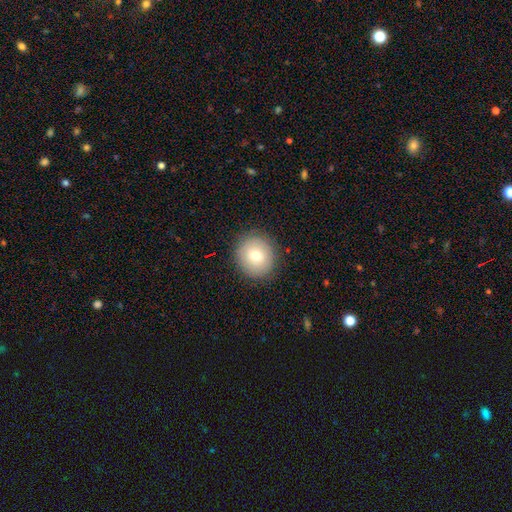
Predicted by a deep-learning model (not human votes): Smooth or featured? Predicted: smooth (p=0.74). How rounded? Predicted: round (p=0.89). Merging? Predicted: none (p=0.88).